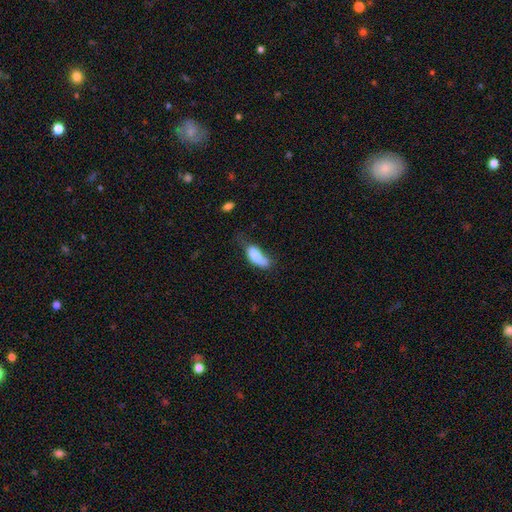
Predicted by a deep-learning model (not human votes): A smooth galaxy with no disk features (75%) that is in between round and cigar-shaped (79%). Merging: minor disturbance (34%).